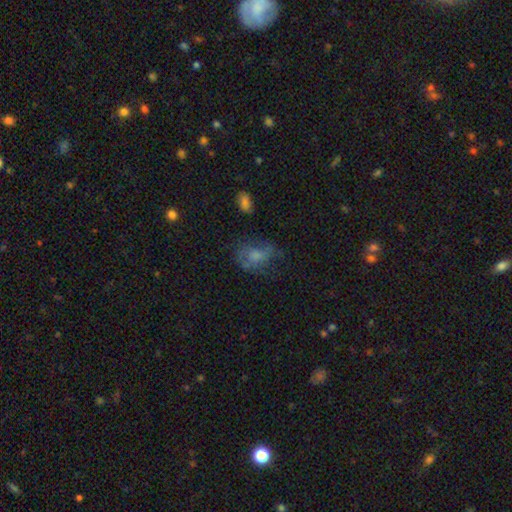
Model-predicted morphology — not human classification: smooth-or-featured: smooth: 50% | featured or disk: 37% | star or artifact: 13%
  merging: none: 42% | major disturbance: 29% | minor disturbance: 25% | merger: 4%